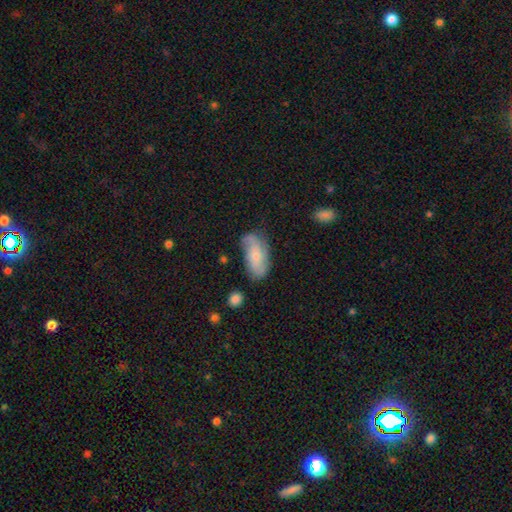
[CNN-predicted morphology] Smooth or featured? Predicted: smooth (p=0.54). How rounded? Predicted: in between (p=0.89). Merging? Predicted: none (p=0.58).